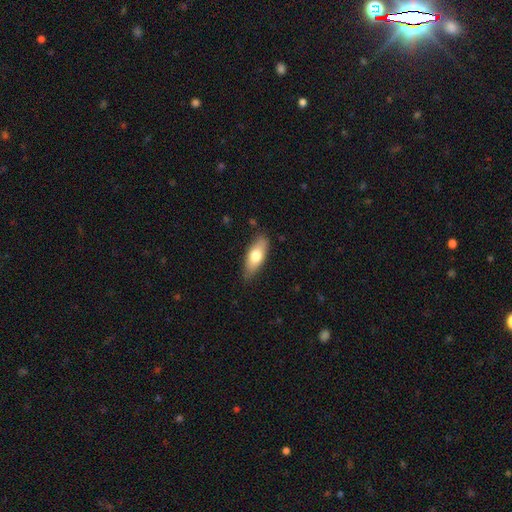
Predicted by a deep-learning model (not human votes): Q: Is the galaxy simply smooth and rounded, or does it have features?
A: smooth — 67%.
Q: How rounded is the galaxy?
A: in between — 71%.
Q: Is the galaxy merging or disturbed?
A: none — 83%.